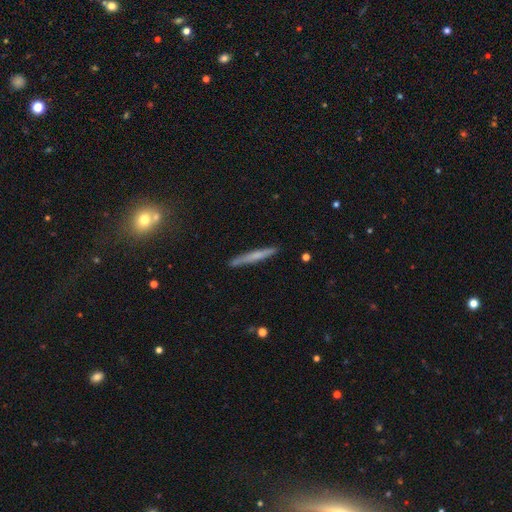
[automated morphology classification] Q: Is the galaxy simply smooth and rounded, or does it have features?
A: smooth — 51%.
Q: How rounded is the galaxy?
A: cigar-shaped — 96%.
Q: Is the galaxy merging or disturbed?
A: none — 89%.